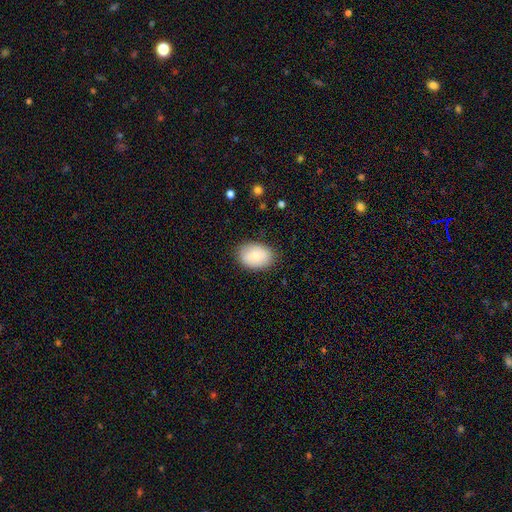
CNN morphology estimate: Smooth or featured: smooth — 80% (featured or disk — 14%)
How rounded: in between — 80% (round — 19%)
Merging: none — 83% (minor disturbance — 13%)